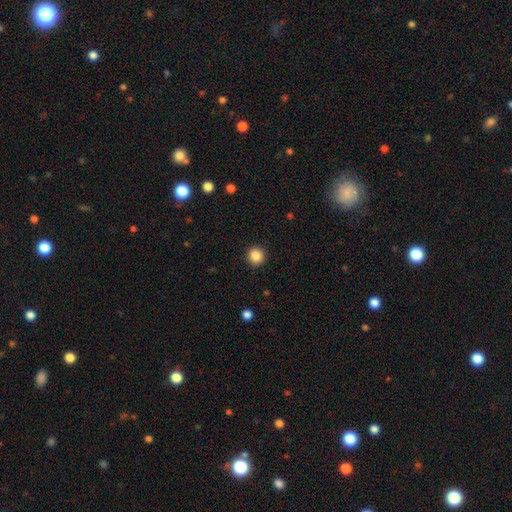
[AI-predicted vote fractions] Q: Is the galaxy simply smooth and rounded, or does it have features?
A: smooth — 87%.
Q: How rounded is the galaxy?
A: round — 93%.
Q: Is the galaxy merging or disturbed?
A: none — 92%.